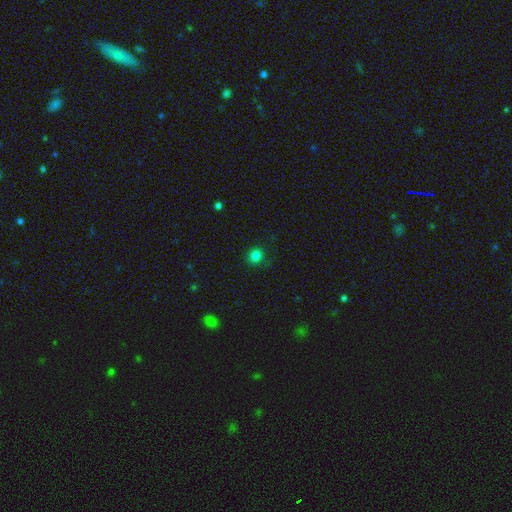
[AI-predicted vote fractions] The model was most divided on "smooth or featured": smooth: 83%, star or artifact: 14%, featured or disk: 4%. More confident: merging — none (87%); how rounded — round (85%).